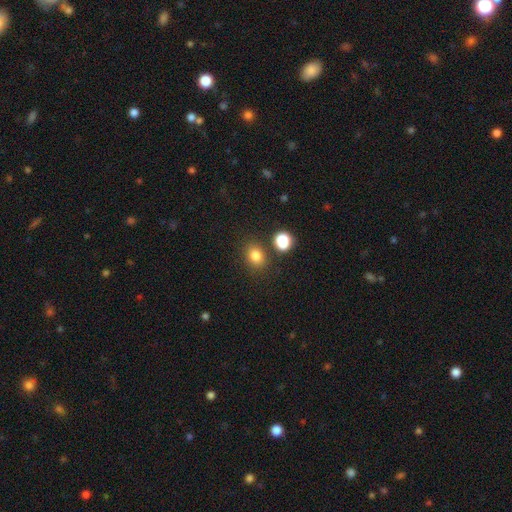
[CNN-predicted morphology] A smooth galaxy with no disk features (82%) that is round (56%). Merging: none (76%).